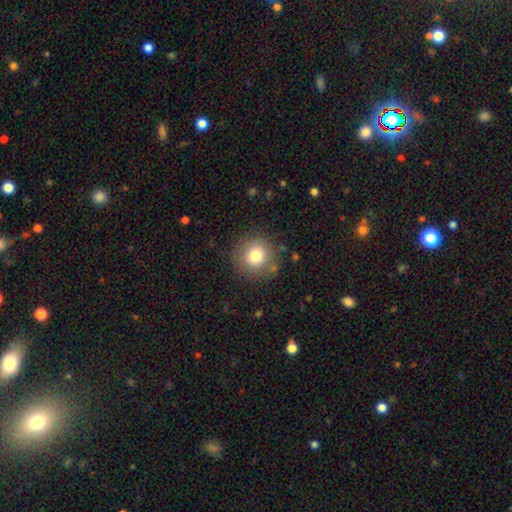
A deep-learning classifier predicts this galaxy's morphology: A smooth galaxy with no disk features (78%) that is round (93%). Merging: none (84%).